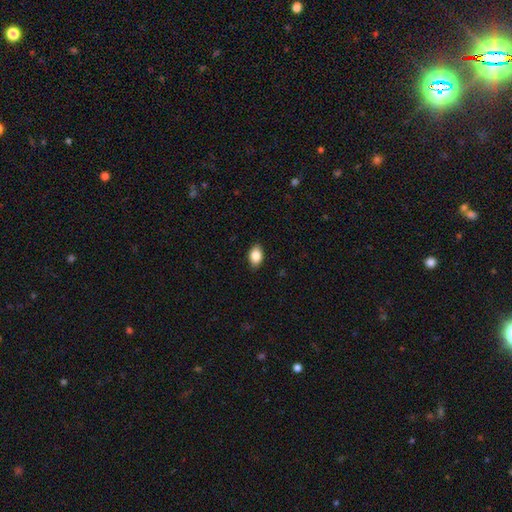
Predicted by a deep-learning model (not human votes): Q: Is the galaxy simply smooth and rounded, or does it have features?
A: smooth — 86%.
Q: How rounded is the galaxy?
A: in between — 87%.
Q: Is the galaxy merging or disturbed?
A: none — 88%.